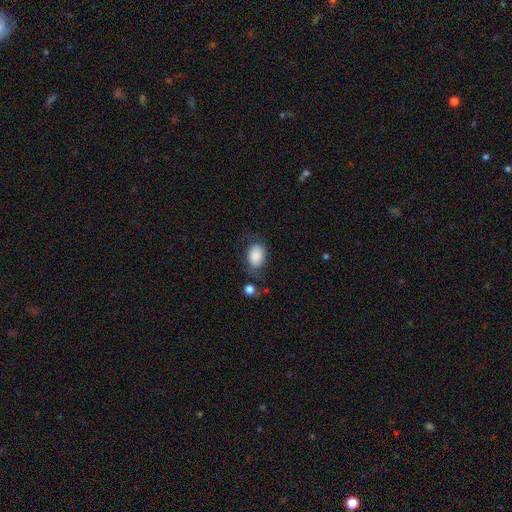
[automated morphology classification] type=smooth (84%); roundness=in between (80%); merging=none (57%).